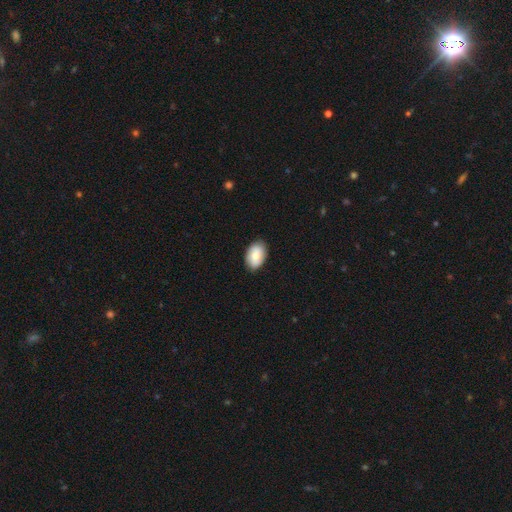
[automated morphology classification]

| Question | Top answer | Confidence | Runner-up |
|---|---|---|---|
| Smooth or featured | smooth | 82% | featured or disk (12%) |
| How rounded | in between | 90% | round (9%) |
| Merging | none | 86% | minor disturbance (11%) |